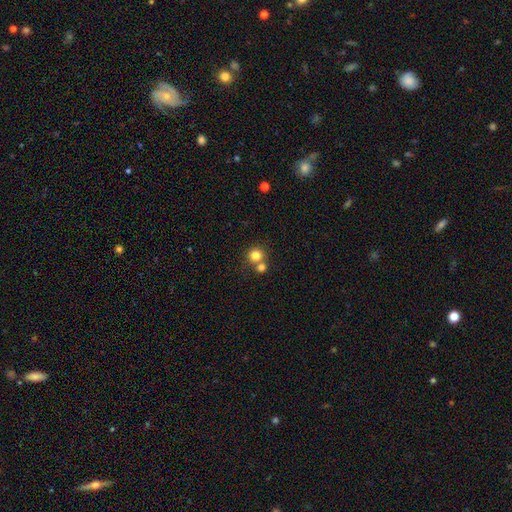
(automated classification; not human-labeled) Smooth or featured? smooth (80%)
How rounded? round (91%)
Merging? none (58%)